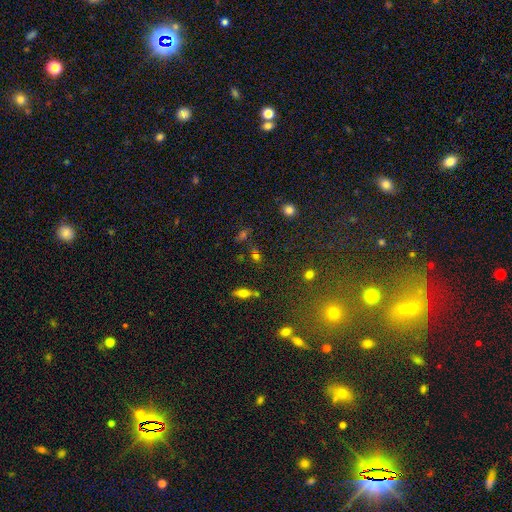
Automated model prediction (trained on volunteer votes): A smooth galaxy with no disk features (56%) that is in between round and cigar-shaped (51%).

Vote fractions:
- Smooth or featured? smooth: 56% / star or artifact: 27% / featured or disk: 17%
- How rounded? in between: 51% / round: 36% / cigar-shaped: 13%
- Merging? none: 67% / minor disturbance: 14% / merger: 13% / major disturbance: 7%